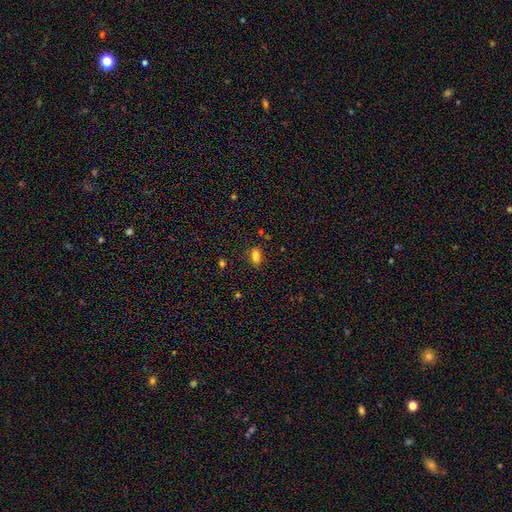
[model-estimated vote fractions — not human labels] The model was most divided on "smooth or featured": smooth: 80%, star or artifact: 14%, featured or disk: 5%. More confident: how rounded — in between (85%); merging — none (82%).